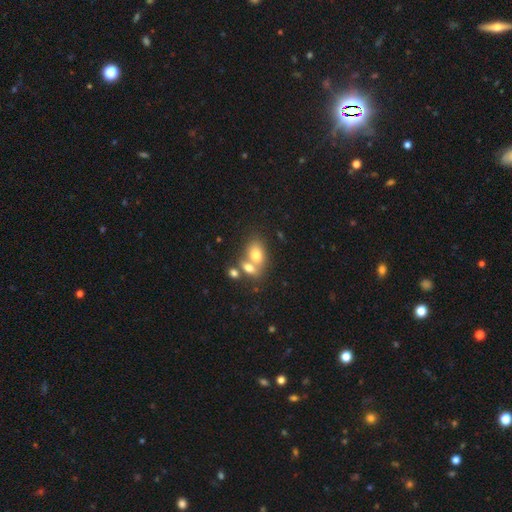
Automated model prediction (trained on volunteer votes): The model was most divided on "merging": merger: 56%, none: 31%, minor disturbance: 8%, major disturbance: 4%. More confident: how rounded — in between (78%); smooth or featured — smooth (73%).